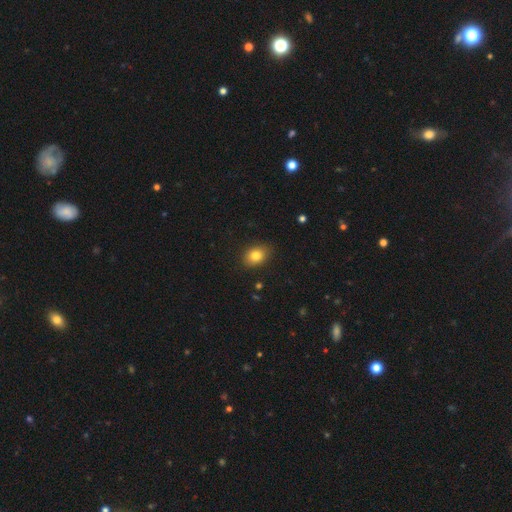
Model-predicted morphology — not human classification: A smooth galaxy with no disk features (82%) that is in between round and cigar-shaped (66%). Merging: none (87%).